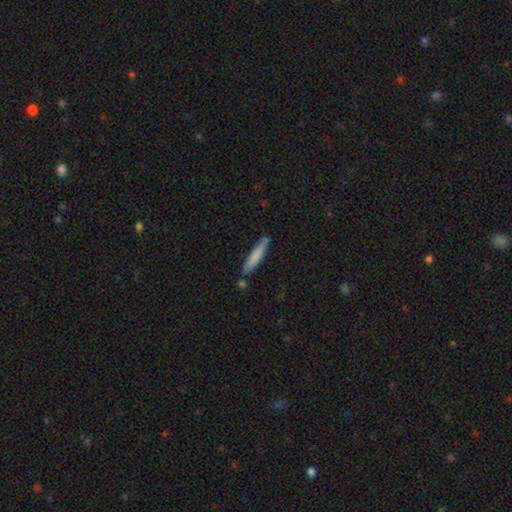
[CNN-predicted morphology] Q: Smooth or featured?
A: smooth (76%); runner-up: featured or disk (19%)
Q: How rounded?
A: cigar-shaped (92%); runner-up: in between (6%)
Q: Merging?
A: none (78%); runner-up: minor disturbance (14%)